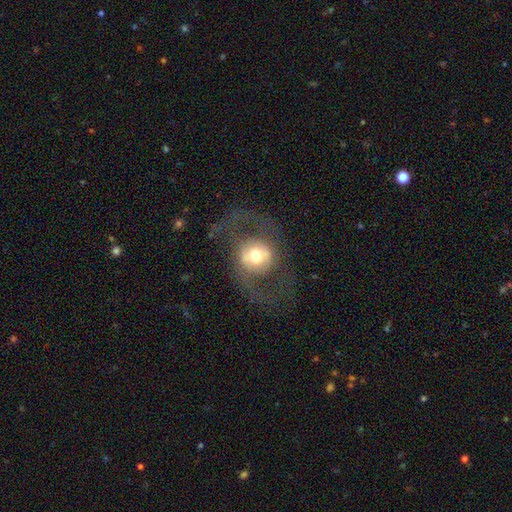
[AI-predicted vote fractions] Smooth or featured? featured or disk (53%)
Edge-on disk? no (92%)
Merging? none (65%)